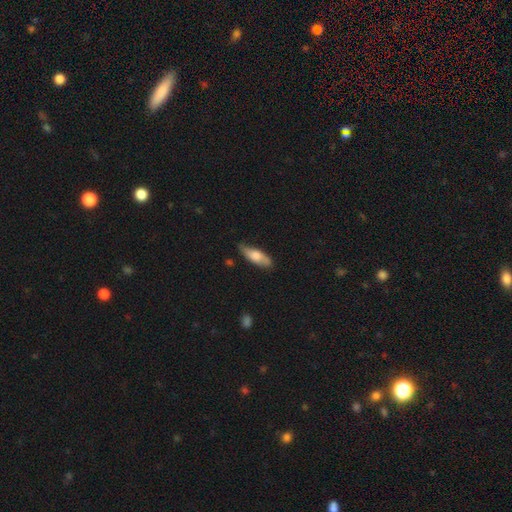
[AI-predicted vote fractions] Smooth or featured? Predicted: smooth (p=0.63). How rounded? Predicted: in between (p=0.63). Merging? Predicted: none (p=0.73).